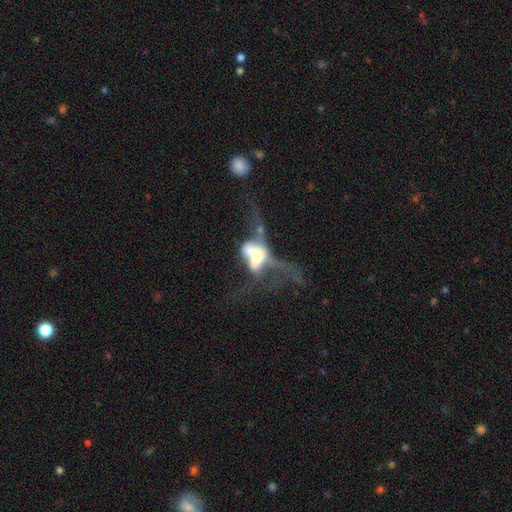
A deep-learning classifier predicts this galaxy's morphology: This is possibly a featured or disk galaxy (56%). It is clearly not viewed edge-on (84%). Merging: marginally merger (44%).